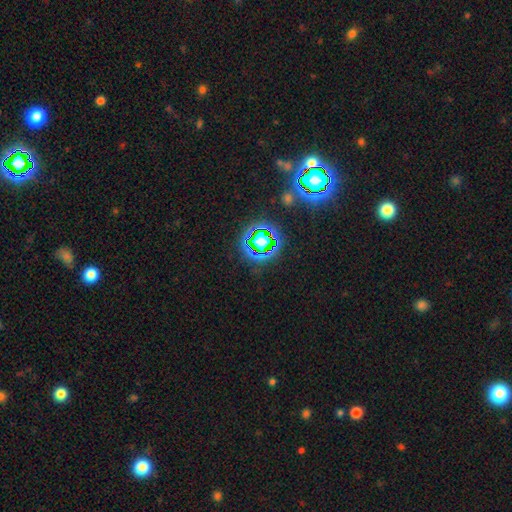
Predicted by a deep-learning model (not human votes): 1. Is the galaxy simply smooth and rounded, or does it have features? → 80% star or artifact, 13% smooth, 7% featured or disk.